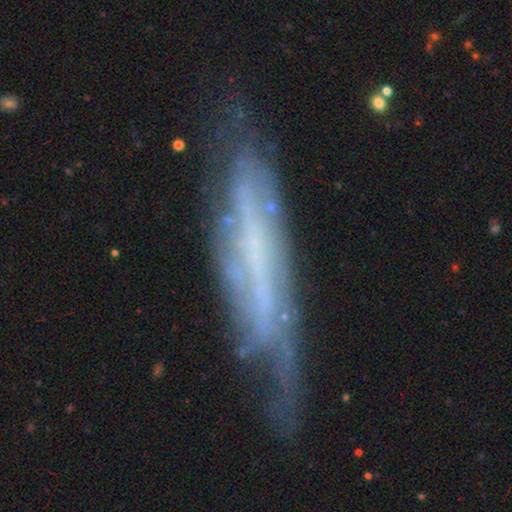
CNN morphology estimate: This appears to be a featured or disk galaxy (74%) viewed edge-on (51%). Merging: none (61%).